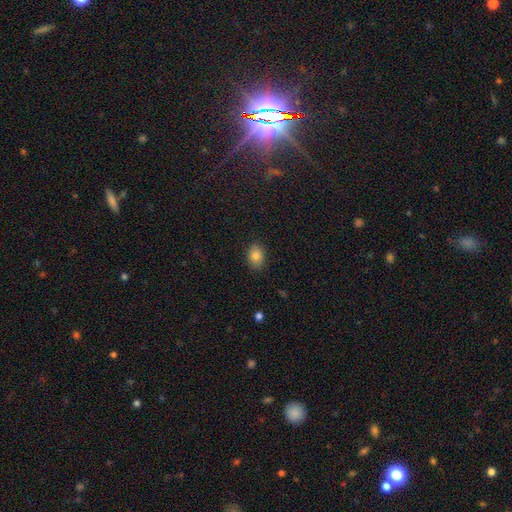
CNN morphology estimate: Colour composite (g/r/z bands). It shows a smooth galaxy with no disk features (83%) that is in between round and cigar-shaped (72%). Merging: none (86%).